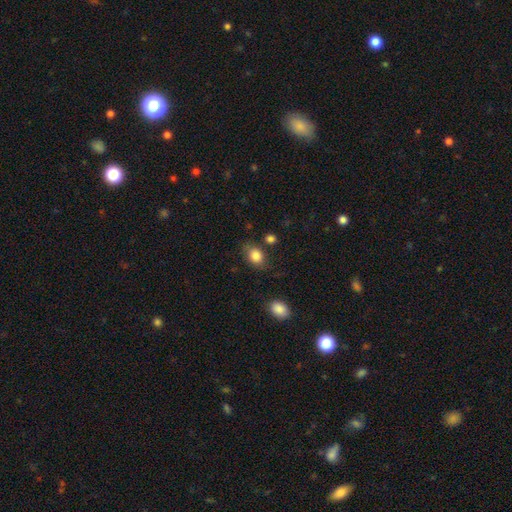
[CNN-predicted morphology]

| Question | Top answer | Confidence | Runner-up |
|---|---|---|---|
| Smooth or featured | smooth | 85% | star or artifact (8%) |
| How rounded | in between | 61% | round (38%) |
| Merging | none | 70% | minor disturbance (20%) |